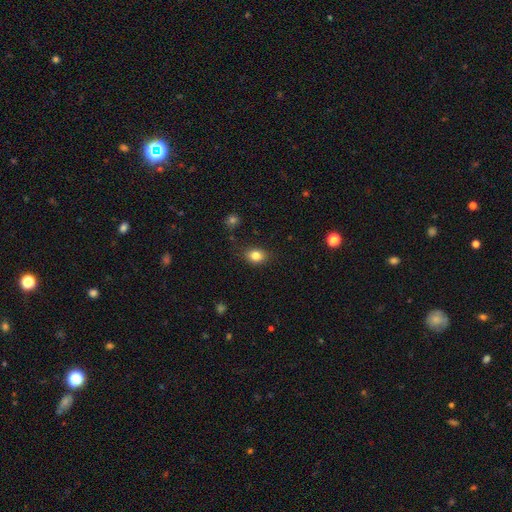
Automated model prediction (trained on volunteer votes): Smooth or featured? smooth (82%)
How rounded? in between (55%)
Merging? none (81%)